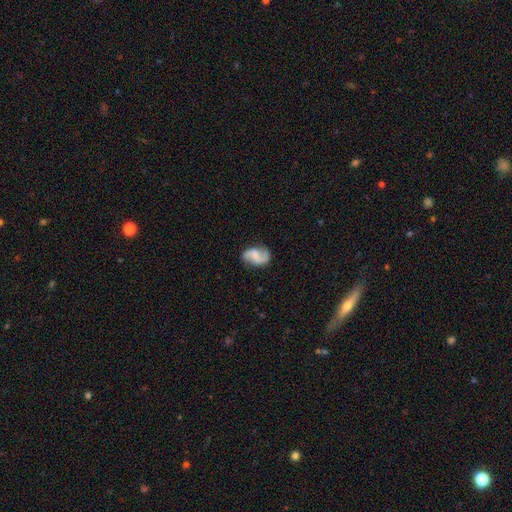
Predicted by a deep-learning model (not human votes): The model was most divided on "bulge size": none: 42%, small: 32%, moderate: 21%, large: 4%, dominant: 1%. Remaining: edge-on disk — no (98%); spiral arms — yes (94%); spiral arm count — 2 (91%); merging — none (77%); smooth or featured — featured or disk (75%); spiral winding — loose (53%); bar — weak (49%).